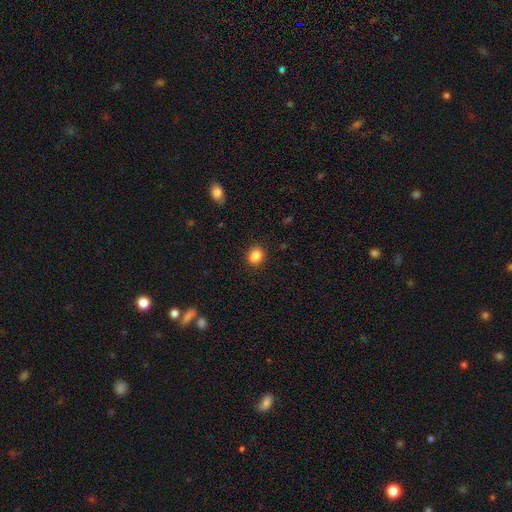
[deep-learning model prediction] This is clearly a smooth galaxy (85%). How rounded: likely round (73%). Merging: clearly none (90%).